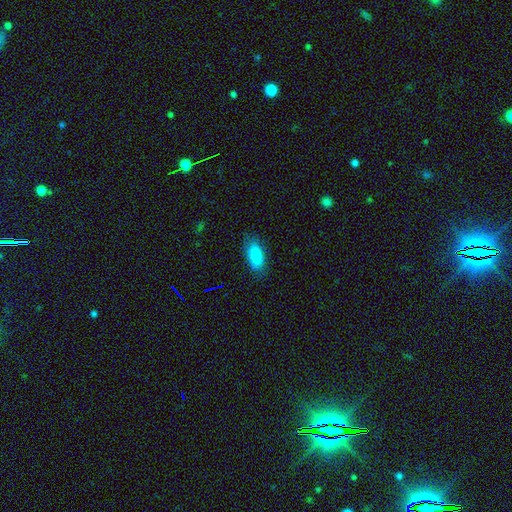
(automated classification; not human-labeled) This is clearly a smooth galaxy (87%). How rounded: clearly in between (87%). Merging: likely none (78%).